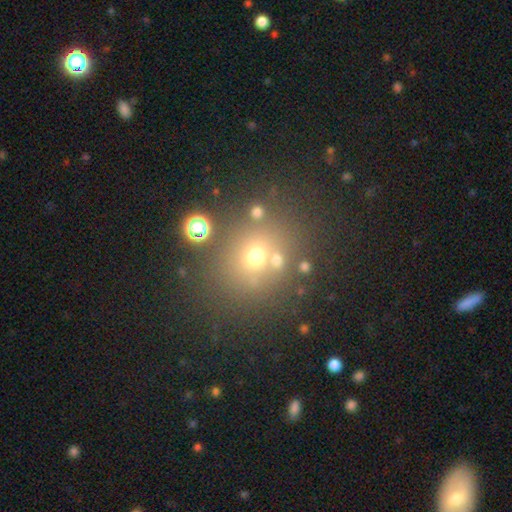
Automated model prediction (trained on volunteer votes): Morphology: type=smooth (57%); roundness=round (74%); merging=none (70%).